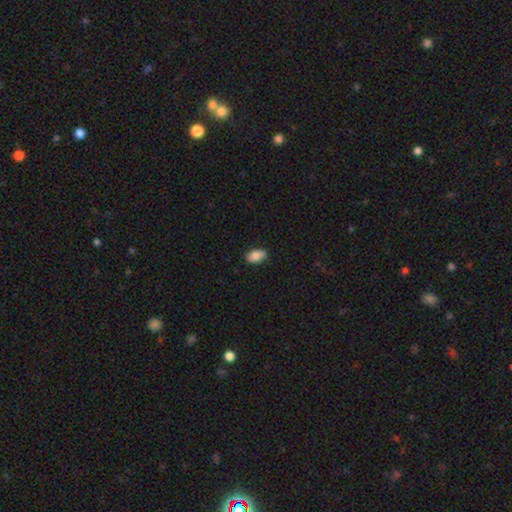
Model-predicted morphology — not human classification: This is clearly a smooth galaxy (84%). How rounded: clearly in between (92%). Merging: clearly none (84%).